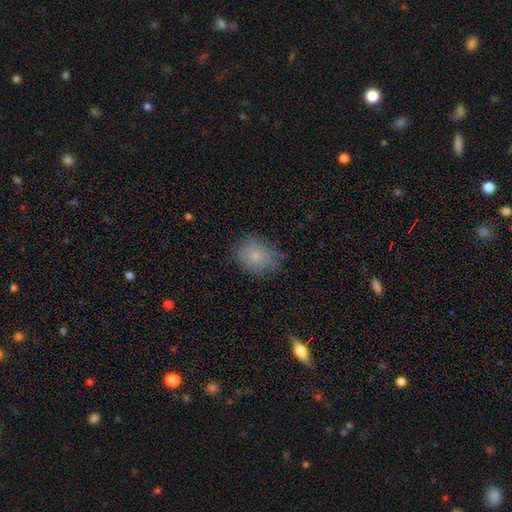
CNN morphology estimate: The model was most divided on "how rounded": round: 56%, in between: 43%, cigar-shaped: 1%. More confident: merging — none (73%); smooth or featured — smooth (72%).